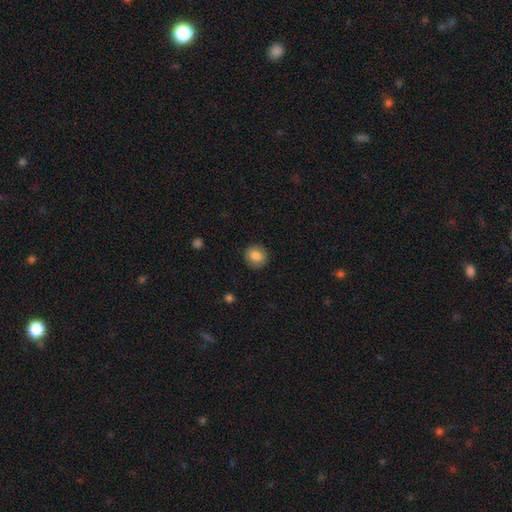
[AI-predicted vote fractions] Overall: smooth (83%). How rounded: round (85%). Merging: none (89%).